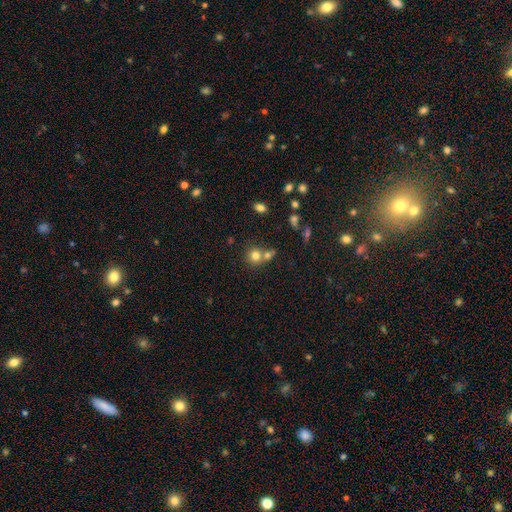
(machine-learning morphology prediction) Smooth or featured? smooth (76%)
How rounded? round (87%)
Merging? none (51%)